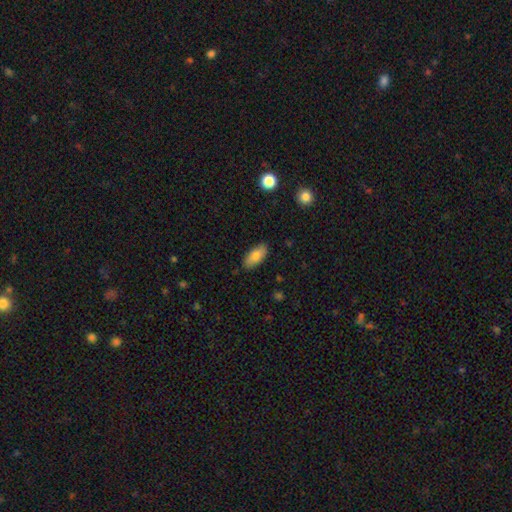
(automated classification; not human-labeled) This appears to be a smooth galaxy with no disk features (80%) that is in between round and cigar-shaped (88%). Merging: none (86%).